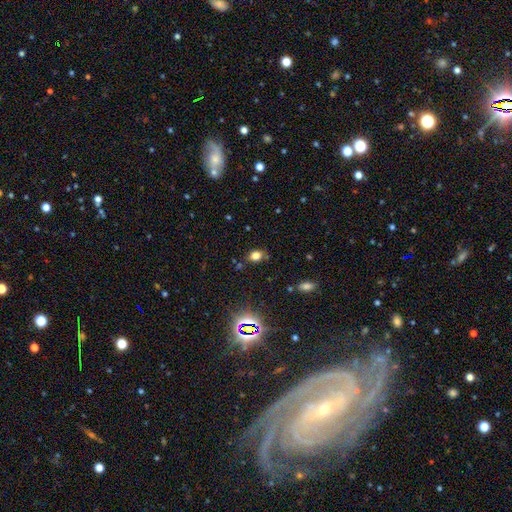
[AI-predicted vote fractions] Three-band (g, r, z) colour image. It shows a smooth galaxy with no disk features (73%) that is in between round and cigar-shaped (63%). Merging: none (77%).